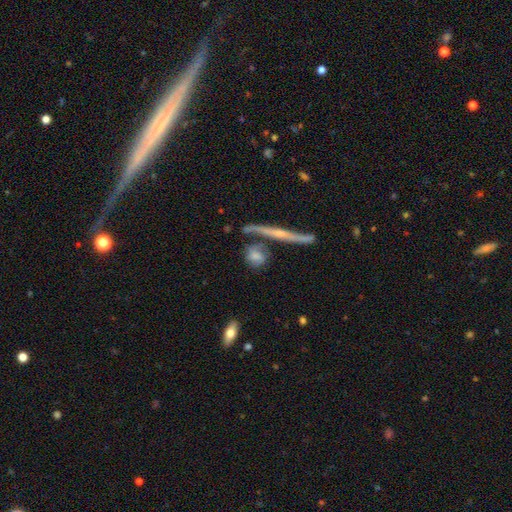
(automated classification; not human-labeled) A smooth galaxy with no disk features (55%) that is round (51%). Merging: none (50%).